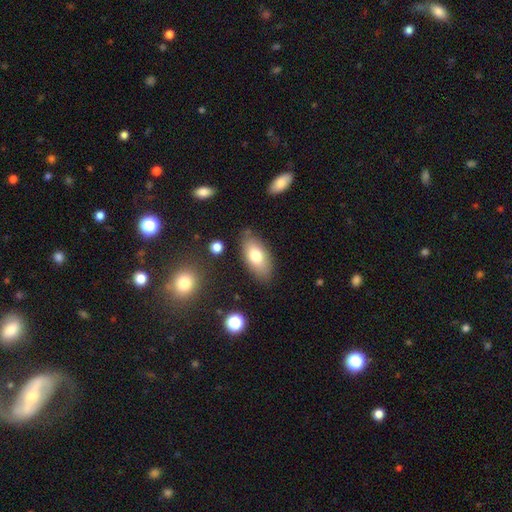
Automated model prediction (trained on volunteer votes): smooth-or-featured: smooth: 74% | featured or disk: 18% | star or artifact: 8%
  how-rounded: in between: 90% | cigar-shaped: 7% | round: 4%
  merging: none: 81% | minor disturbance: 13% | major disturbance: 3% | merger: 3%